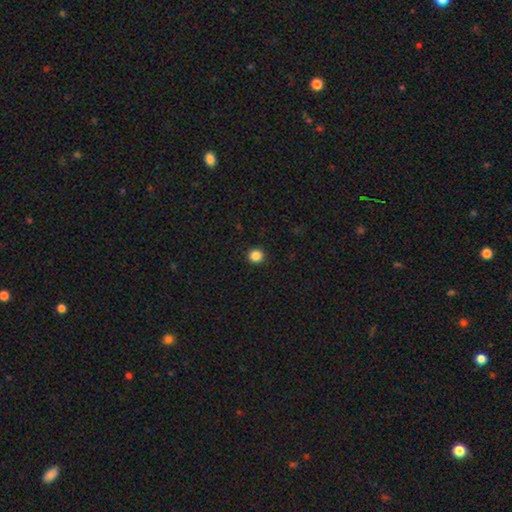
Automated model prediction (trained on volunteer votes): smooth-or-featured: smooth: 86% | star or artifact: 11% | featured or disk: 3%
  how-rounded: round: 94% | in between: 5% | cigar-shaped: 1%
  merging: none: 93% | minor disturbance: 4% | major disturbance: 2% | merger: 1%